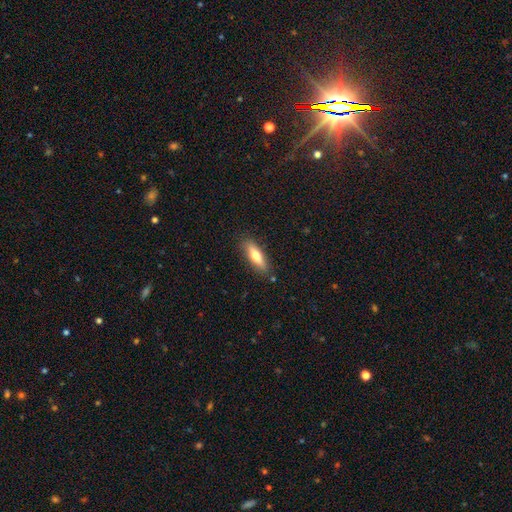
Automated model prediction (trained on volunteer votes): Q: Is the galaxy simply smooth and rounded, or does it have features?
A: smooth — 68%.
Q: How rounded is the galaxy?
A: cigar-shaped — 54%.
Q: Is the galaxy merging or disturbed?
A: none — 86%.